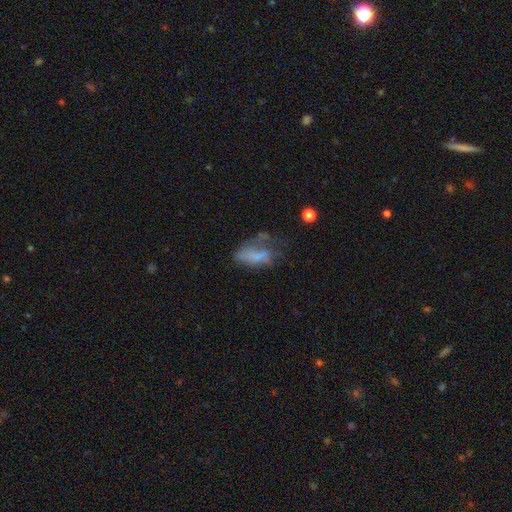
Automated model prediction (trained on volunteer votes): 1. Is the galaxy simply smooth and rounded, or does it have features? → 50% smooth, 37% featured or disk, 13% star or artifact.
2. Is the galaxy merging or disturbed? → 44% major disturbance, 24% none, 23% minor disturbance, 8% merger.